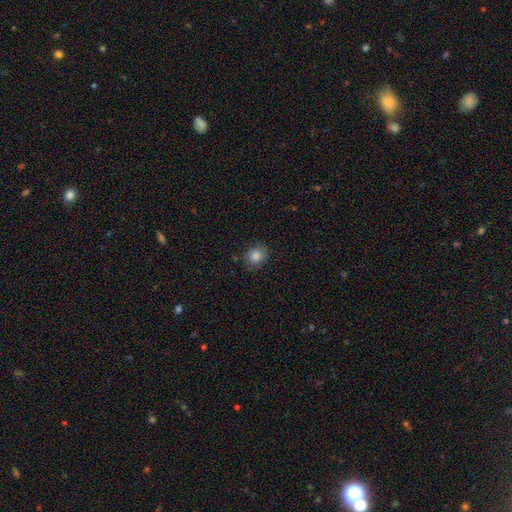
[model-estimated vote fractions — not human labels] smooth 84%, star or artifact 10%, featured or disk 5%. Down the decision tree: how rounded — round (66%); merging — none (83%).